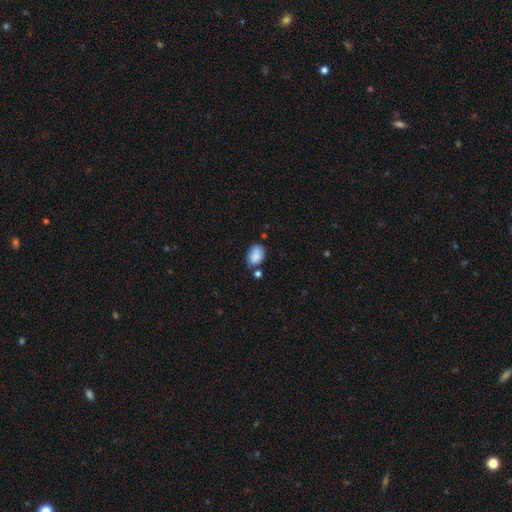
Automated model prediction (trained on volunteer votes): A smooth galaxy with no disk features (88%) that is in between round and cigar-shaped (84%). Merging: none (65%).